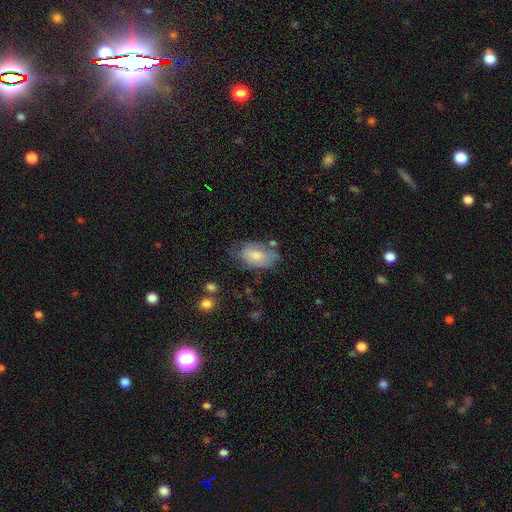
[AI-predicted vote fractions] smooth-or-featured: smooth: 74% | featured or disk: 20% | star or artifact: 7%
  how-rounded: in between: 90% | round: 8% | cigar-shaped: 1%
  merging: none: 52% | minor disturbance: 31% | major disturbance: 12% | merger: 5%